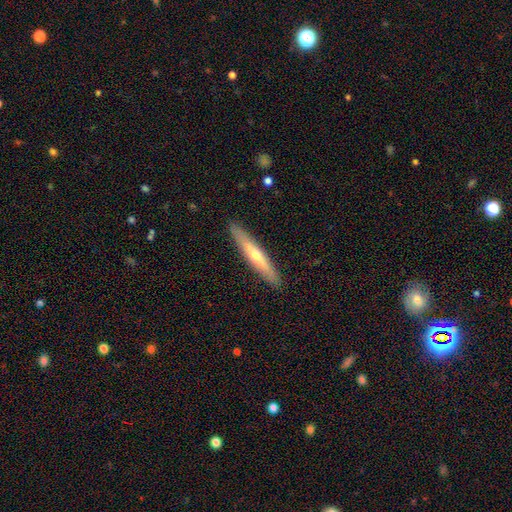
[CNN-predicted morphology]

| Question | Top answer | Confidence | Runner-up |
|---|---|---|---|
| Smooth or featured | featured or disk | 50% | smooth (45%) |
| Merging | none | 90% | minor disturbance (7%) |